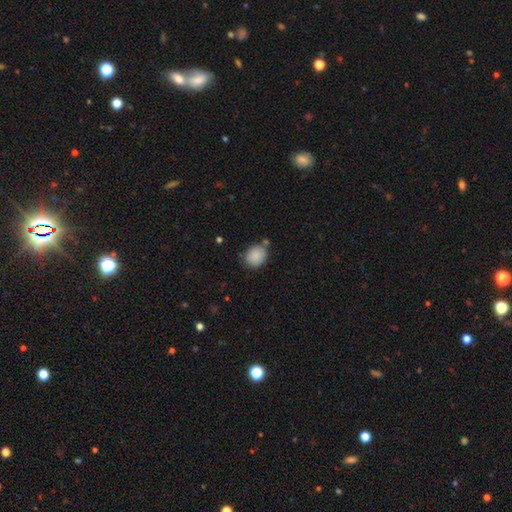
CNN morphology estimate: smooth 88%, star or artifact 8%, featured or disk 4%. Down the decision tree: how rounded — round (68%); merging — none (73%).